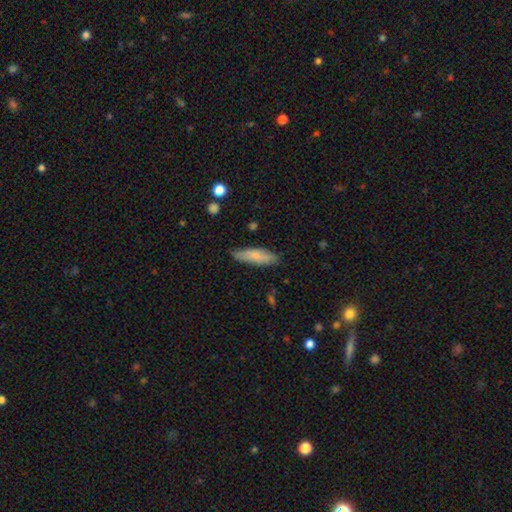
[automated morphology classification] Q: Smooth or featured?
A: smooth (76%); runner-up: featured or disk (18%)
Q: How rounded?
A: cigar-shaped (58%); runner-up: in between (41%)
Q: Merging?
A: none (80%); runner-up: minor disturbance (16%)